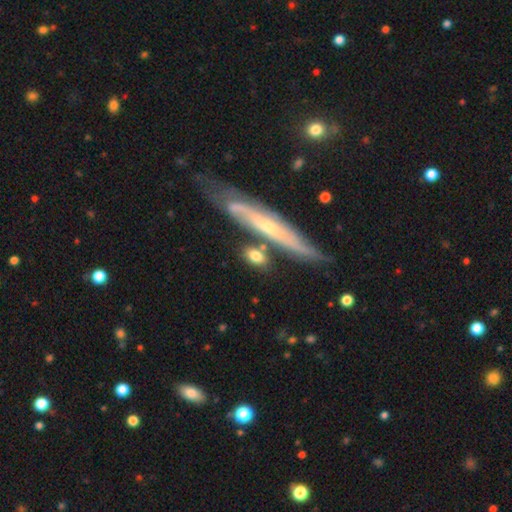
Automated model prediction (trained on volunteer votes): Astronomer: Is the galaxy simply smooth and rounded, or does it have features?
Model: smooth — 71%.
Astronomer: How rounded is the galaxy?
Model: in between — 57%.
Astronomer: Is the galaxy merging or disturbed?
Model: none — 66%.